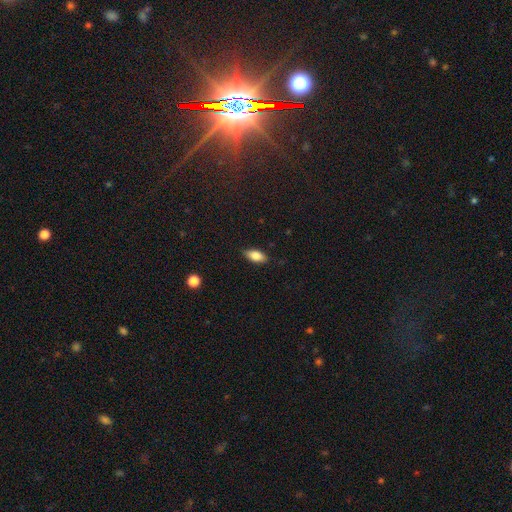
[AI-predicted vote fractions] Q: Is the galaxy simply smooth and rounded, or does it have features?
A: smooth — 79%.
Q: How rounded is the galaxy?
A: in between — 88%.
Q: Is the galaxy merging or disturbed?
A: none — 84%.